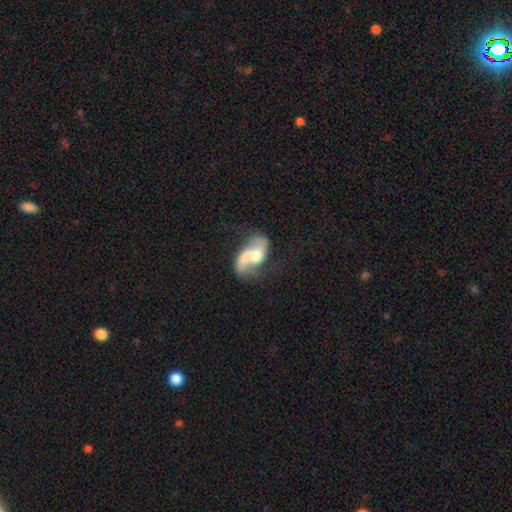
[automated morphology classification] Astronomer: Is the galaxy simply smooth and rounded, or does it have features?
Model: featured or disk — 65%.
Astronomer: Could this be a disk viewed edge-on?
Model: no — 95%.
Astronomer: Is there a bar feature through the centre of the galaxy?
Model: no — 63%.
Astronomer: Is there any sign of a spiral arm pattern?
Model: yes — 70%.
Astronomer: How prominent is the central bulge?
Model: moderate — 55%.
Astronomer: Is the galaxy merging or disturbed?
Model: merger — 44% (runner-up: none, 26%).